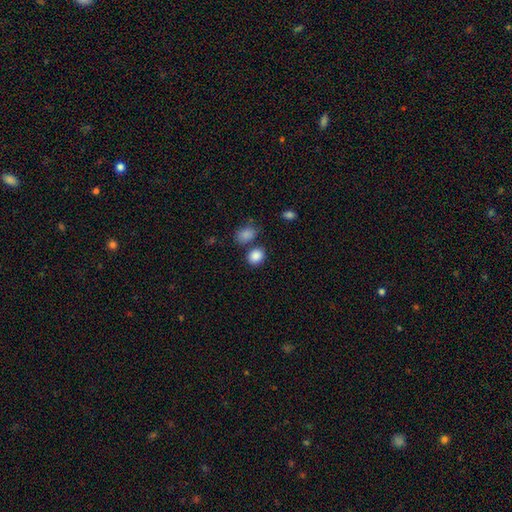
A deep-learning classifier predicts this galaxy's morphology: This is clearly a smooth galaxy (87%). How rounded: possibly round (59%). Merging: likely none (72%).